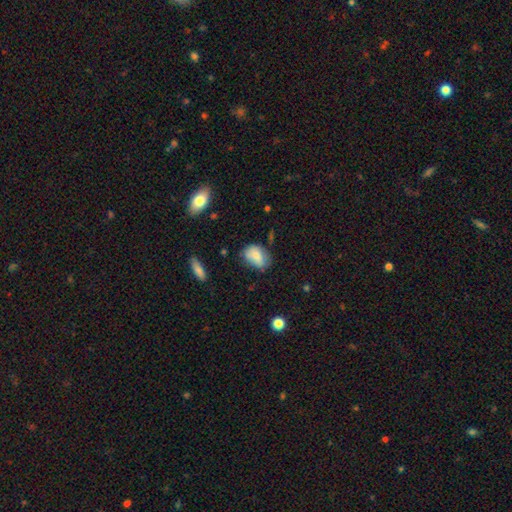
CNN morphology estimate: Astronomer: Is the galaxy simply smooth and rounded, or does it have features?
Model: smooth — 77%.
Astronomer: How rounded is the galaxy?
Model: in between — 81%.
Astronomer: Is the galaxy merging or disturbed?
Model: none — 57%.